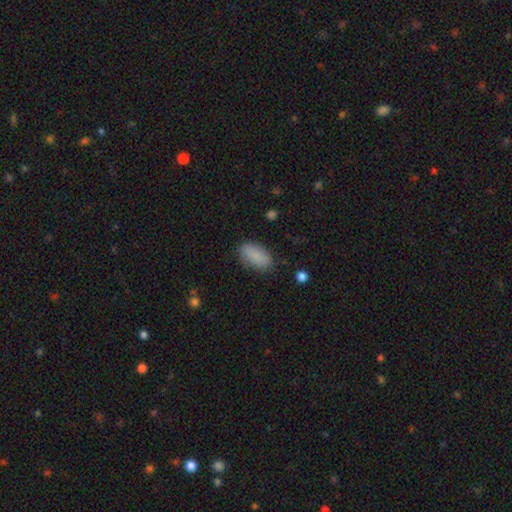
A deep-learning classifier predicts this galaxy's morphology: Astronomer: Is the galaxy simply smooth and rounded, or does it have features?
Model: smooth — 88%.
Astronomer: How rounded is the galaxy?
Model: in between — 91%.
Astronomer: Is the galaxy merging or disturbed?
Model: none — 83%.